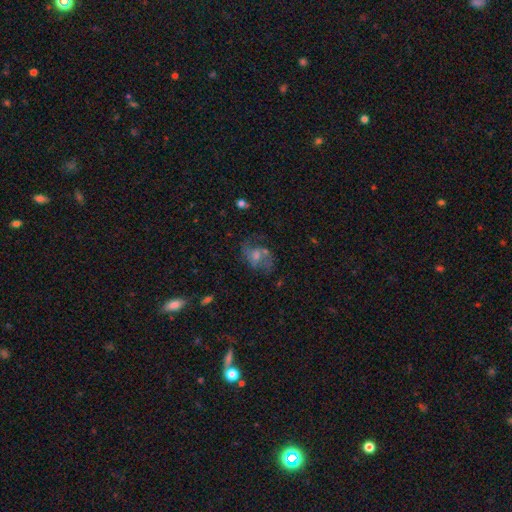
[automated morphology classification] The model was most divided on "bulge size": moderate: 47%, small: 32%, large: 10%, none: 10%, dominant: 2%. More confident: edge-on disk — no (96%); spiral arms — yes (77%); smooth or featured — featured or disk (60%); bar — no (59%); merging — none (57%).